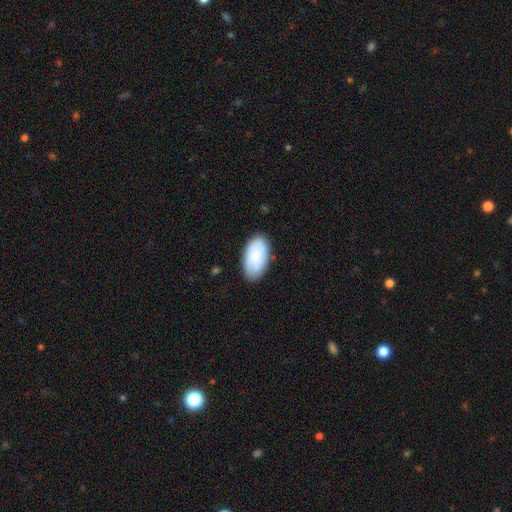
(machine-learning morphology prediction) This is likely a smooth galaxy (74%). How rounded: clearly in between (95%). Merging: clearly none (83%).